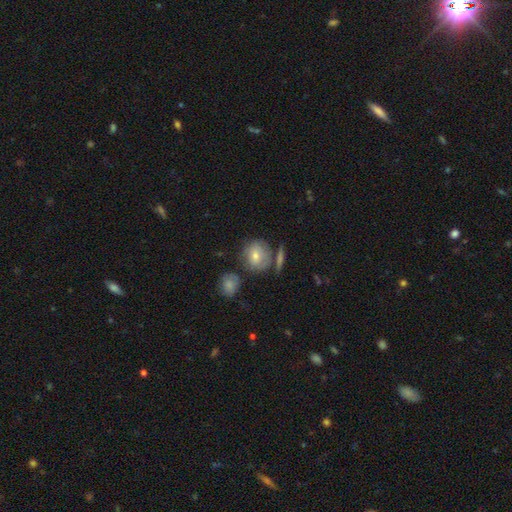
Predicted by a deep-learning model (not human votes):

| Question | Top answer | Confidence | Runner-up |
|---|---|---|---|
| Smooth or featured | smooth | 62% | featured or disk (27%) |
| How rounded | round | 77% | in between (21%) |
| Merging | none | 63% | minor disturbance (16%) |